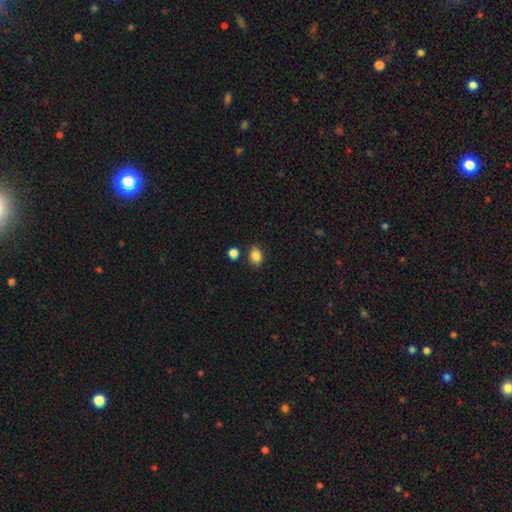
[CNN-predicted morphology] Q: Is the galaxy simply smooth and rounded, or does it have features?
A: smooth — 86%.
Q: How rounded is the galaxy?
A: in between — 56%.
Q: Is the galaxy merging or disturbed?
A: none — 79%.